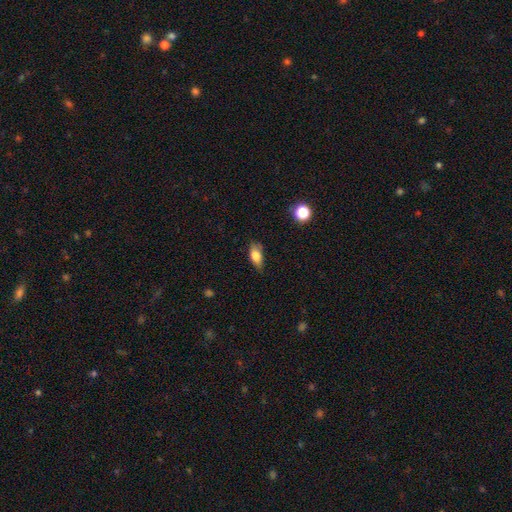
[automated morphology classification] Smooth or featured? Predicted: smooth (p=0.80). How rounded? Predicted: in between (p=0.83). Merging? Predicted: none (p=0.72).